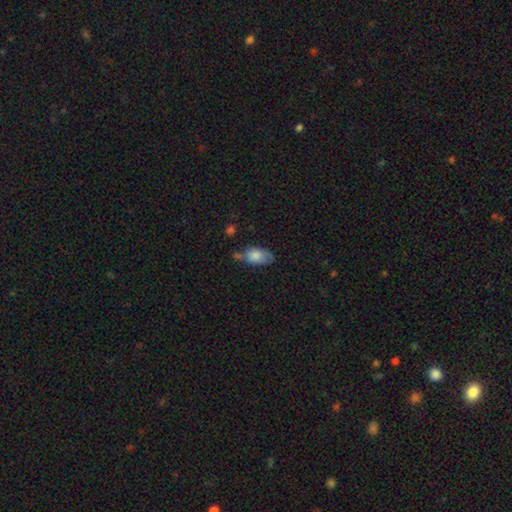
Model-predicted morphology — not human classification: A smooth galaxy with no disk features (79%) that is in between round and cigar-shaped (90%).

Vote fractions:
- Smooth or featured? smooth: 79% / featured or disk: 13% / star or artifact: 7%
- How rounded? in between: 90% / round: 7% / cigar-shaped: 3%
- Merging? none: 46% / minor disturbance: 32% / merger: 13% / major disturbance: 10%